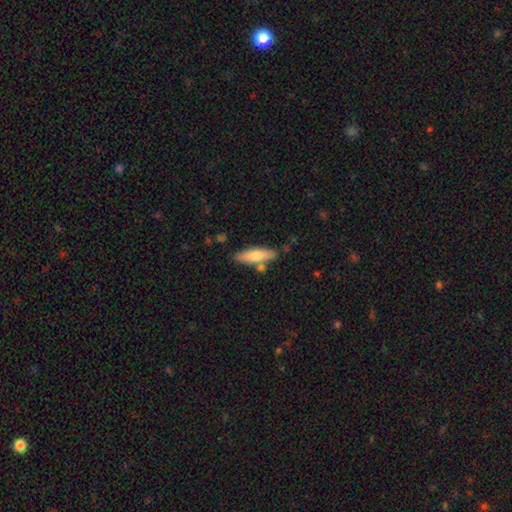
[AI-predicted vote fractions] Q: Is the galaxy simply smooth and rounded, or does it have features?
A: smooth — 67%.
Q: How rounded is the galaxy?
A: cigar-shaped — 63%.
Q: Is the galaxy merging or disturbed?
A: none — 75%.